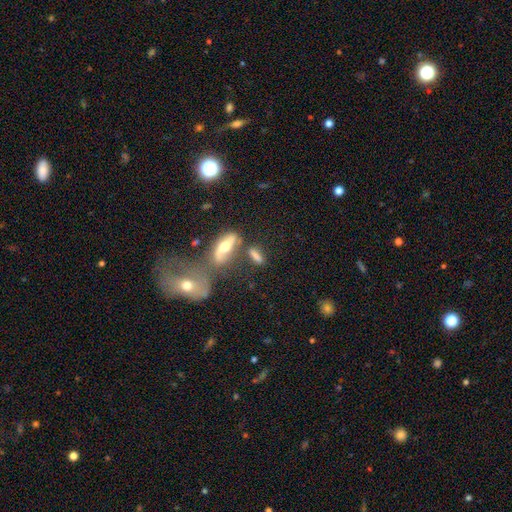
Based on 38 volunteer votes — A smooth galaxy with no disk features (79%) that is cigar-shaped (60%).

Vote fractions:
- Smooth or featured? smooth: 79% / featured or disk: 11% / star or artifact: 11%
- How rounded? cigar-shaped: 60% / in between: 37% / round: 3%
- Merging? none: 53% / merger: 24% / minor disturbance: 15% / major disturbance: 9%